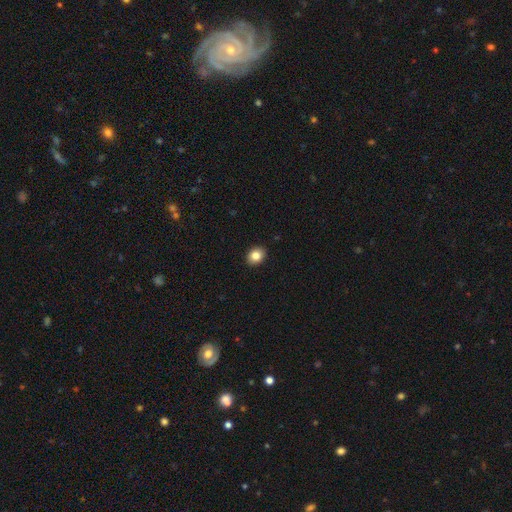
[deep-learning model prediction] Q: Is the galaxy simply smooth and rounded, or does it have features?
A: smooth — 84%.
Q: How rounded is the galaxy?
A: in between — 50%.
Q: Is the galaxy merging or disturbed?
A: none — 91%.